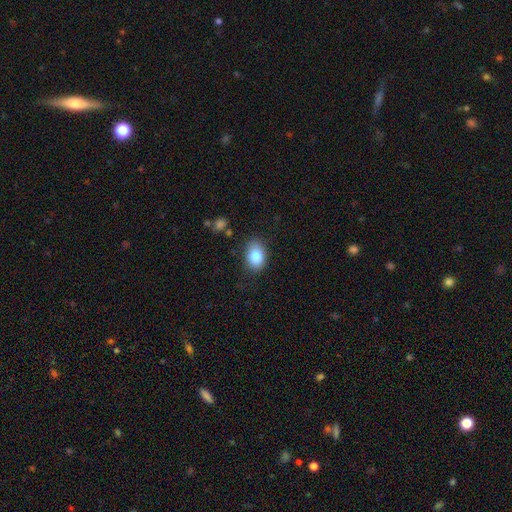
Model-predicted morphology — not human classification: type=smooth (83%); roundness=in between (78%); merging=none (81%).